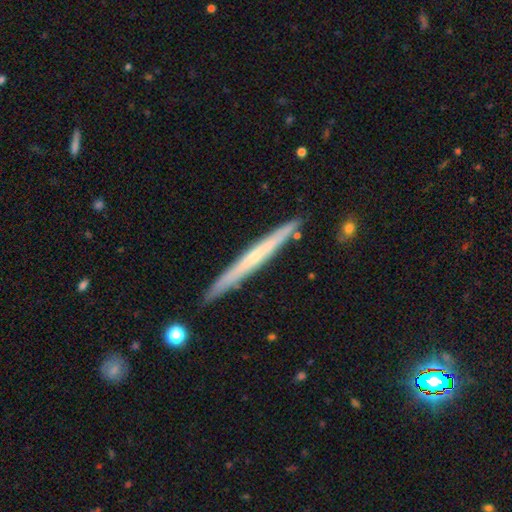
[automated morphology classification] The model was most divided on "smooth or featured": featured or disk: 57%, smooth: 37%, star or artifact: 6%. More confident: edge-on disk — yes (96%); merging — none (89%); edge-on bulge — none (72%).